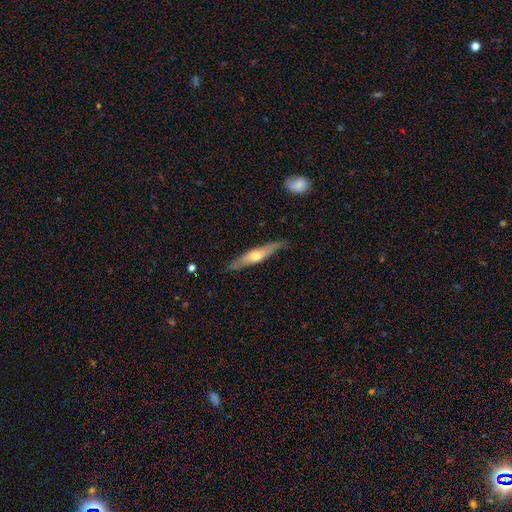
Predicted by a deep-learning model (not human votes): Smooth or featured: featured or disk — 54% (smooth — 41%)
Edge-on disk: yes — 89% (no — 11%)
Merging: none — 84% (minor disturbance — 12%)